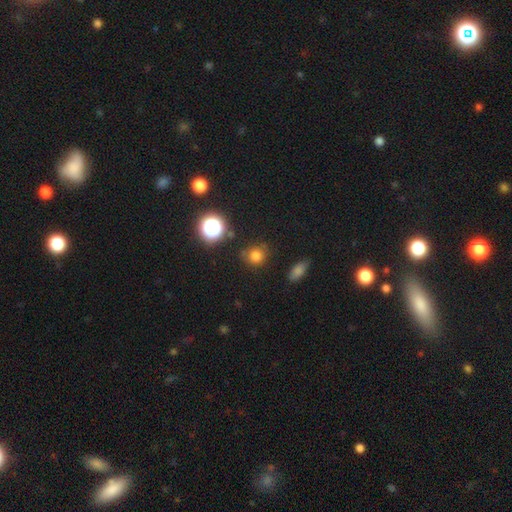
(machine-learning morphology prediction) This appears to be a smooth galaxy with no disk features (76%) that is round (82%). Merging: none (75%).